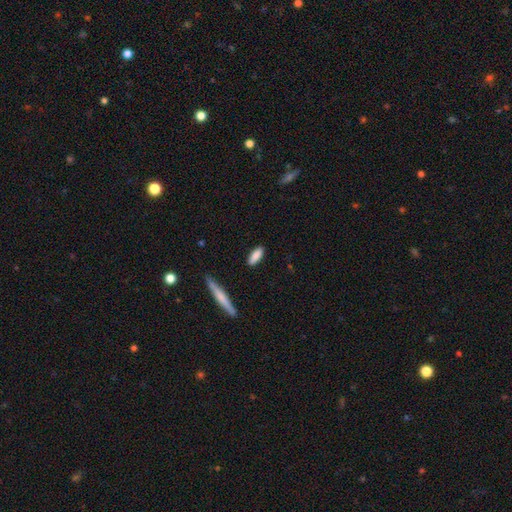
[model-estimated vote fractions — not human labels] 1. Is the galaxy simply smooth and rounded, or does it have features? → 86% smooth, 9% featured or disk, 6% star or artifact.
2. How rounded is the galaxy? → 61% in between, 37% cigar-shaped, 2% round.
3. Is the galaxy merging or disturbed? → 87% none, 10% minor disturbance, 2% major disturbance, 2% merger.